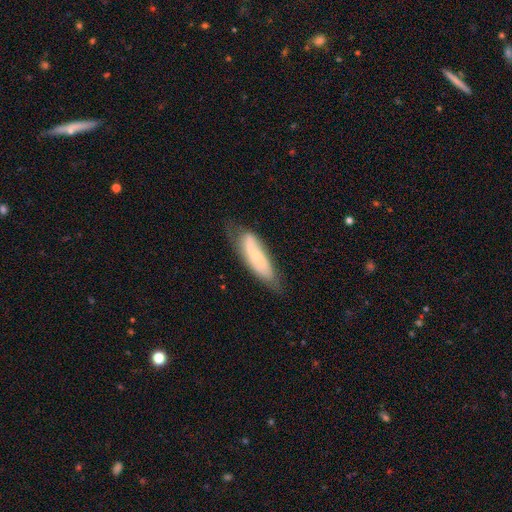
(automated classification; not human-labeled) Smooth or featured? Predicted: featured or disk (p=0.59). Edge-on disk? Predicted: no (p=0.79). Merging? Predicted: none (p=0.62).